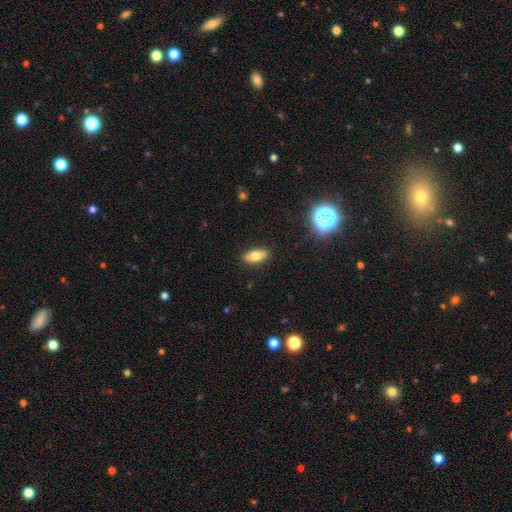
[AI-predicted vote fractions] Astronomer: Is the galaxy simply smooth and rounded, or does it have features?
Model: smooth — 72%.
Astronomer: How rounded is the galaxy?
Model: in between — 88%.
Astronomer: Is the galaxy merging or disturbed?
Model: none — 89%.